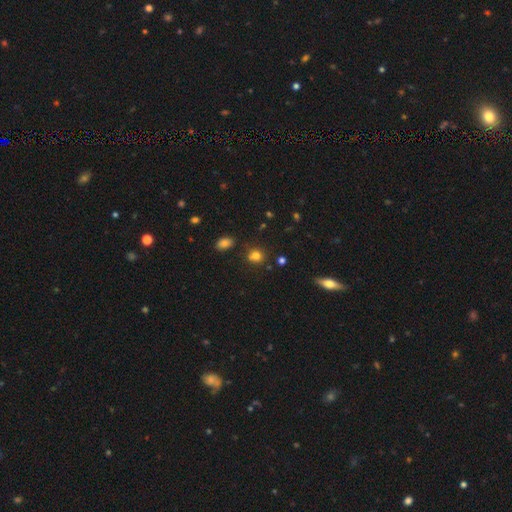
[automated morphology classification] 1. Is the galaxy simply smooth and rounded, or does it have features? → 78% smooth, 15% star or artifact, 7% featured or disk.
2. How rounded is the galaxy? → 75% round, 24% in between, 1% cigar-shaped.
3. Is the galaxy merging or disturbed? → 77% none, 12% minor disturbance, 8% merger, 3% major disturbance.